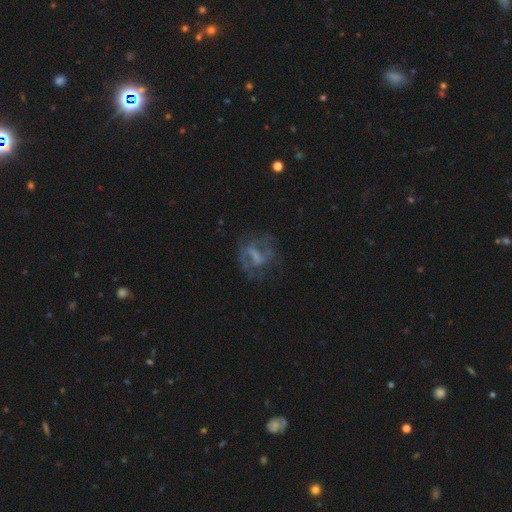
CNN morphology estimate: Smooth or featured: featured or disk — 62% (smooth — 25%)
Edge-on disk: no — 94% (yes — 6%)
Bar: strong — 35% (weak — 34%)
Spiral arms: no — 53% (yes — 47%)
Bulge size: none — 55% (small — 19%)
Merging: none — 52% (major disturbance — 26%)